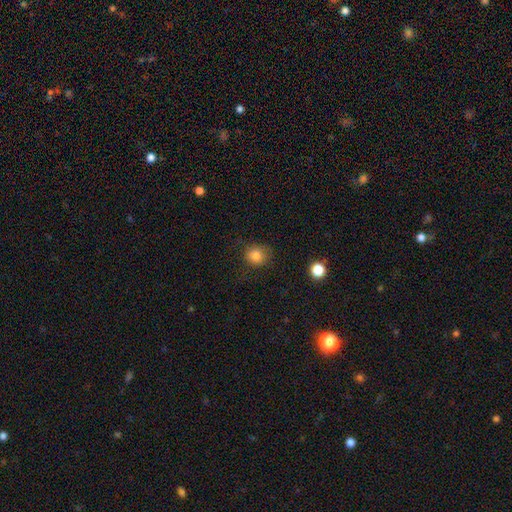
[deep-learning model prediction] smooth_or_featured: smooth (p=0.83) [alt: star or artifact p=0.12]
how_rounded: round (p=0.85) [alt: in between p=0.14]
merging: none (p=0.76) [alt: minor disturbance p=0.16]